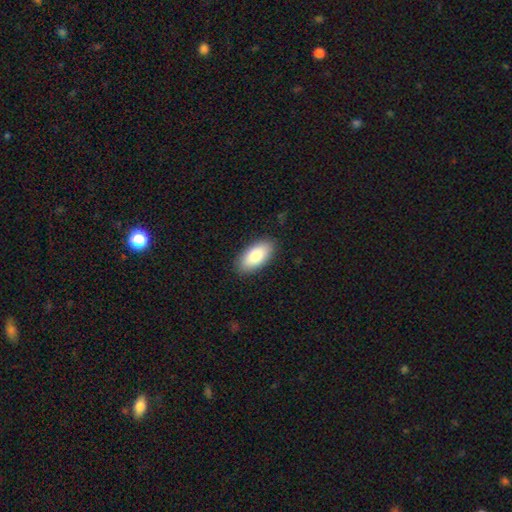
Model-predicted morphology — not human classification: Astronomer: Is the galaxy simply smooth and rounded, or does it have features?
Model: smooth — 82%.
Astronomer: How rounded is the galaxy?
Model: in between — 92%.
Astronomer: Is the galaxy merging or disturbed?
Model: none — 89%.